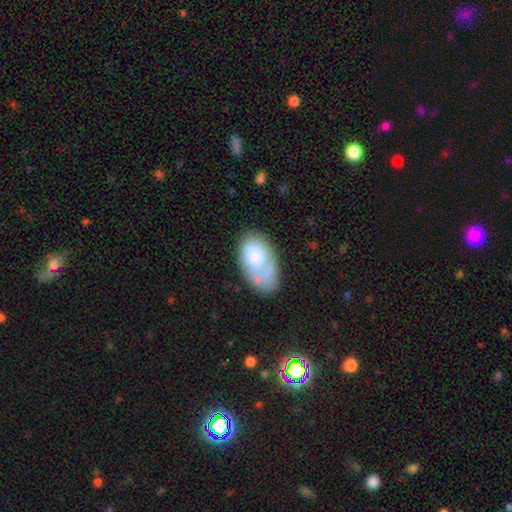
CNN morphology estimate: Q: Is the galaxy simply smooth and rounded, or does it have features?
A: smooth — 67%.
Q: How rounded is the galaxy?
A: in between — 93%.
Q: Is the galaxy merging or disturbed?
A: none — 49%.